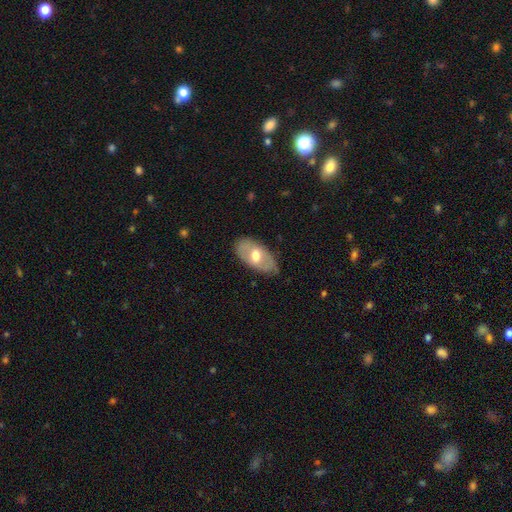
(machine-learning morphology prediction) A smooth galaxy with no disk features (53%) that is in between round and cigar-shaped (92%).

Vote fractions:
- Smooth or featured? smooth: 53% / featured or disk: 41% / star or artifact: 6%
- How rounded? in between: 92% / round: 5% / cigar-shaped: 3%
- Merging? none: 75% / minor disturbance: 19% / major disturbance: 4% / merger: 1%